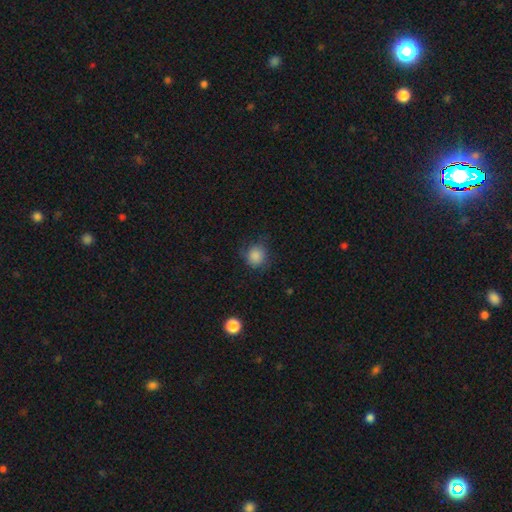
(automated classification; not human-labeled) A smooth galaxy with no disk features (85%) that is round (87%).

Vote fractions:
- Smooth or featured? smooth: 85% / star or artifact: 9% / featured or disk: 5%
- How rounded? round: 87% / in between: 13% / cigar-shaped: 1%
- Merging? none: 75% / minor disturbance: 17% / major disturbance: 7% / merger: 1%